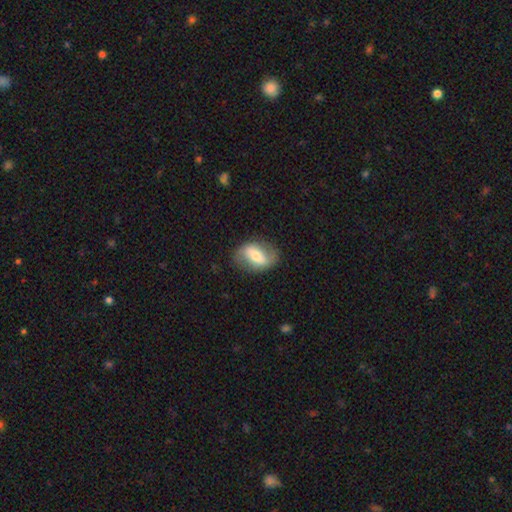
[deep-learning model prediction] A featured or disk galaxy (51%).

Vote fractions:
- Smooth or featured? featured or disk: 51% / smooth: 43% / star or artifact: 7%
- Edge-on disk? no: 90% / yes: 10%
- Merging? none: 76% / minor disturbance: 16% / major disturbance: 6% / merger: 1%